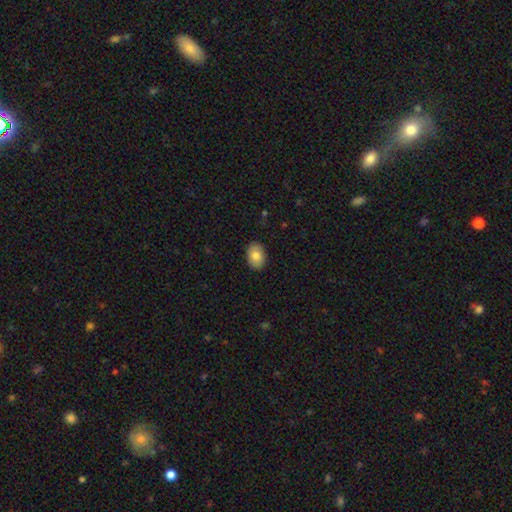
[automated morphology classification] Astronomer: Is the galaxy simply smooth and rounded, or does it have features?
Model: smooth — 82%.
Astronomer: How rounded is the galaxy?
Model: in between — 83%.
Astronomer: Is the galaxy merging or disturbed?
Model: none — 89%.